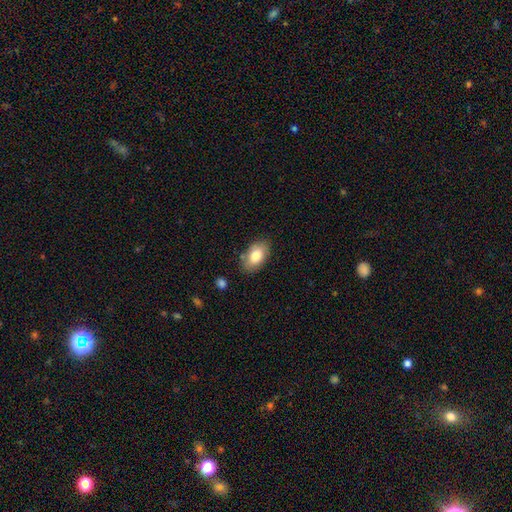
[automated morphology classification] smooth 80%, featured or disk 13%, star or artifact 7%. Down the decision tree: how rounded — in between (91%); merging — none (80%).